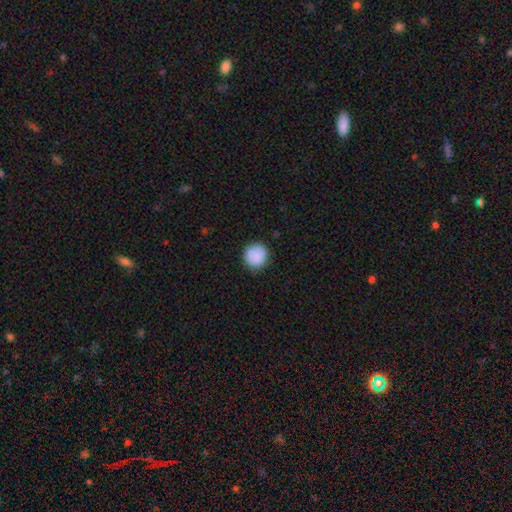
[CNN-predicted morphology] This appears to be a smooth galaxy with no disk features (88%) that is round (93%). Merging: none (87%).